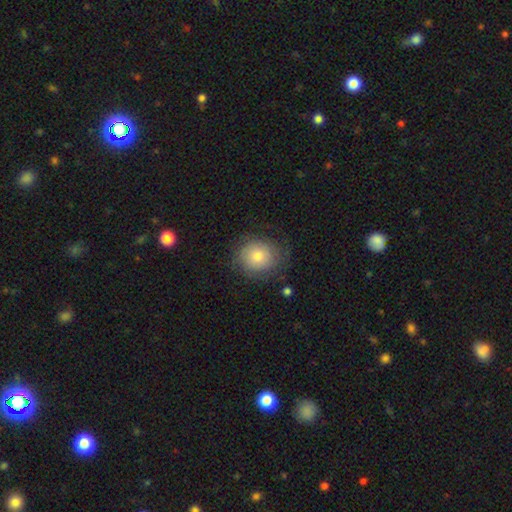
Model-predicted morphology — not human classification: smooth 72%, featured or disk 19%, star or artifact 9%. Down the decision tree: how rounded — round (82%); merging — none (74%).